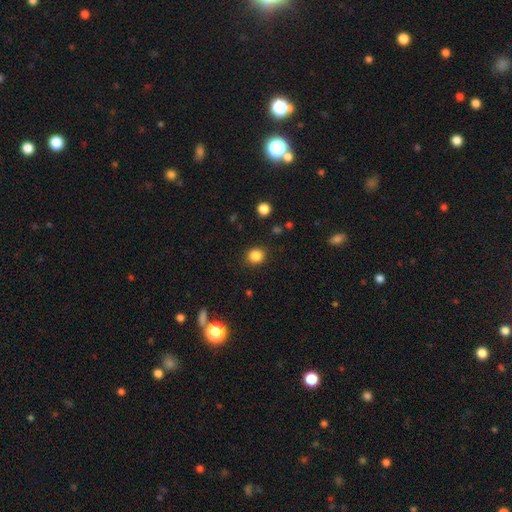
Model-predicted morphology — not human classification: Smooth or featured: smooth — 85% (star or artifact — 11%)
How rounded: round — 80% (in between — 19%)
Merging: none — 88% (minor disturbance — 8%)